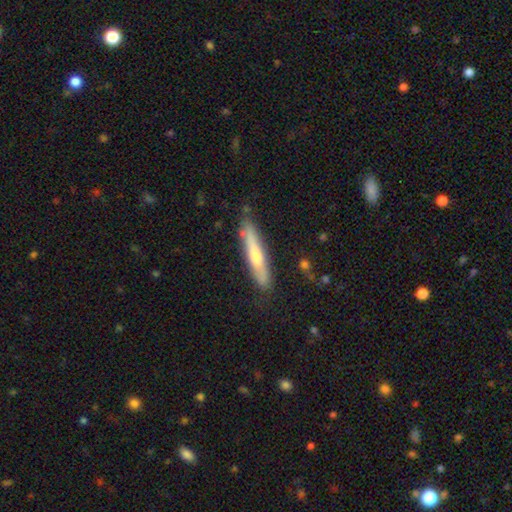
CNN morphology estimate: Smooth or featured? Predicted: featured or disk (p=0.48). Merging? Predicted: none (p=0.81).